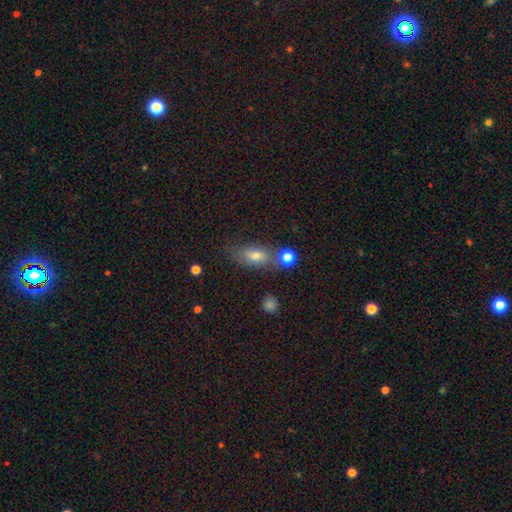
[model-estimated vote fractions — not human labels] Smooth or featured? smooth (70%)
How rounded? in between (77%)
Merging? none (61%)